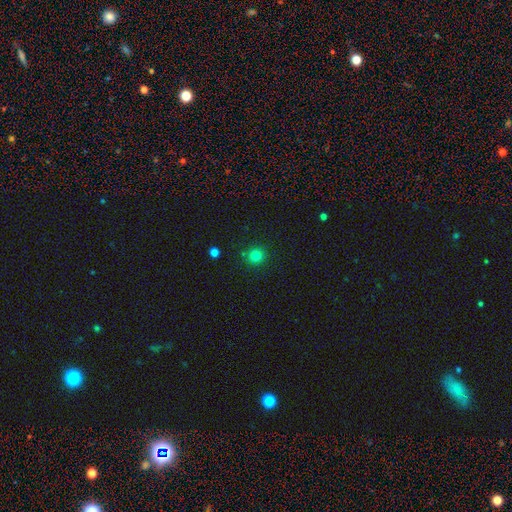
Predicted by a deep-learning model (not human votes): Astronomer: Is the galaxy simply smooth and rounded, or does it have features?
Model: smooth — 81%.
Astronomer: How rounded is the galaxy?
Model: round — 94%.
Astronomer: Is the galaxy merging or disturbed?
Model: none — 88%.